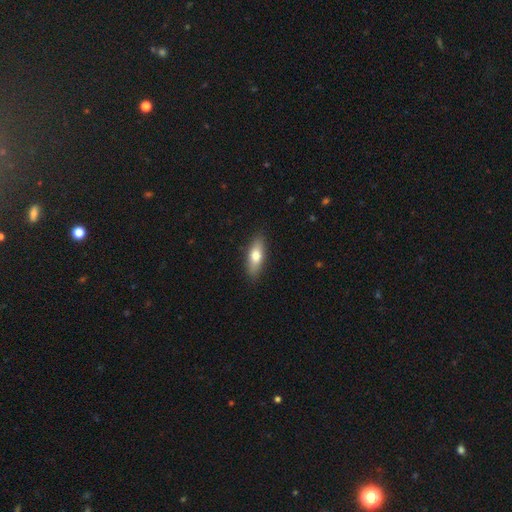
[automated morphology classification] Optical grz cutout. It shows a smooth galaxy with no disk features (72%) that is in between round and cigar-shaped (62%). Merging: none (87%).